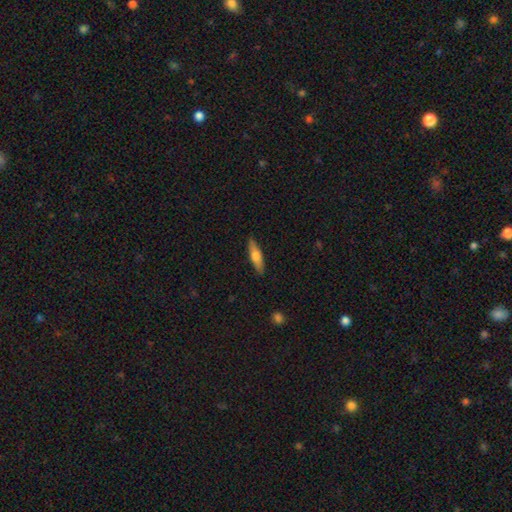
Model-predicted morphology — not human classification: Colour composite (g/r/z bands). It shows a smooth galaxy with no disk features (58%) that is cigar-shaped (72%). Merging: none (89%).